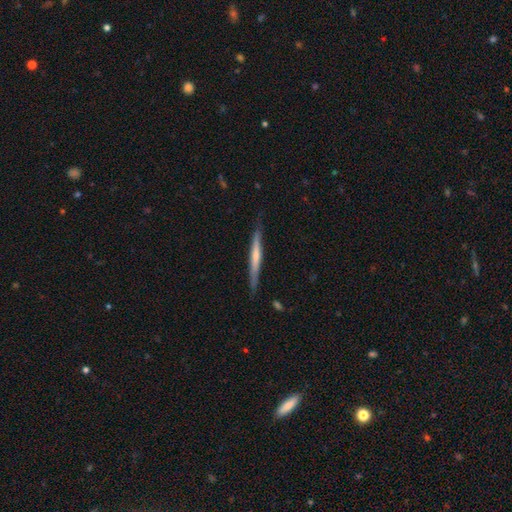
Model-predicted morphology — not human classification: Smooth or featured? featured or disk (51%)
Edge-on disk? yes (96%)
Merging? none (83%)